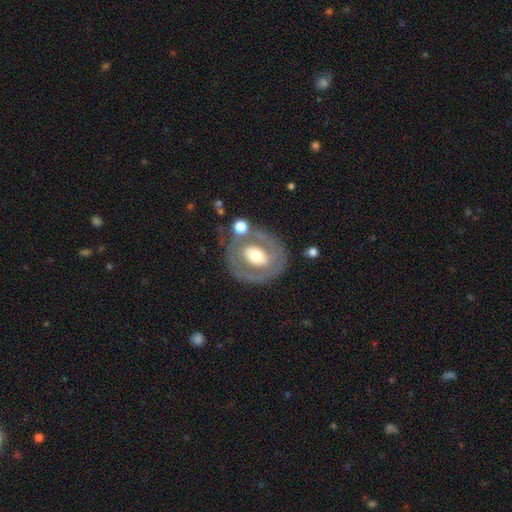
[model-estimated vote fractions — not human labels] The model was most divided on "smooth or featured": featured or disk: 60%, smooth: 34%, star or artifact: 6%. More confident: edge-on disk — no (94%); spiral arms — no (77%); merging — none (69%); bulge size — moderate (61%); bar — no (56%).